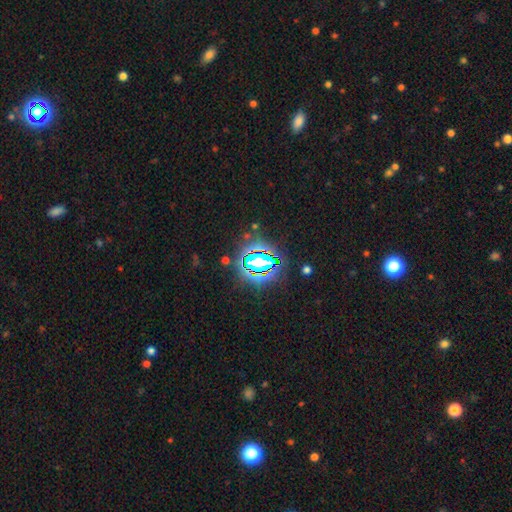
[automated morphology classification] Q: Smooth or featured?
A: star or artifact (73%); runner-up: smooth (15%)